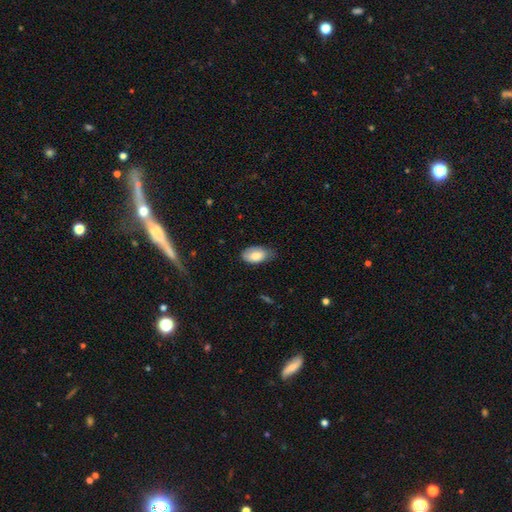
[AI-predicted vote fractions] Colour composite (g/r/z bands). It shows a smooth galaxy with no disk features (77%) that is in between round and cigar-shaped (94%). Merging: none (56%).